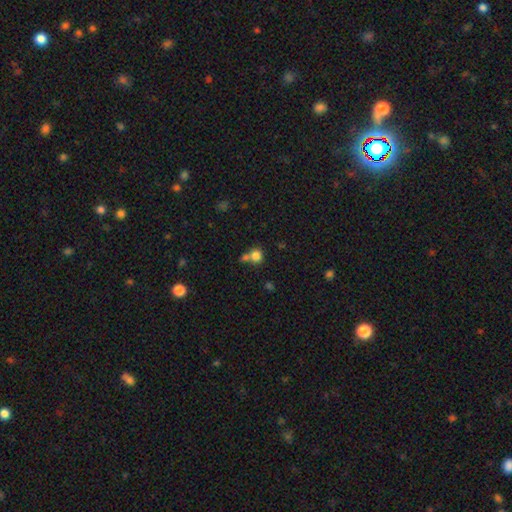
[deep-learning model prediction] Smooth or featured: smooth — 81% (star or artifact — 12%)
How rounded: round — 84% (in between — 15%)
Merging: none — 48% (merger — 38%)